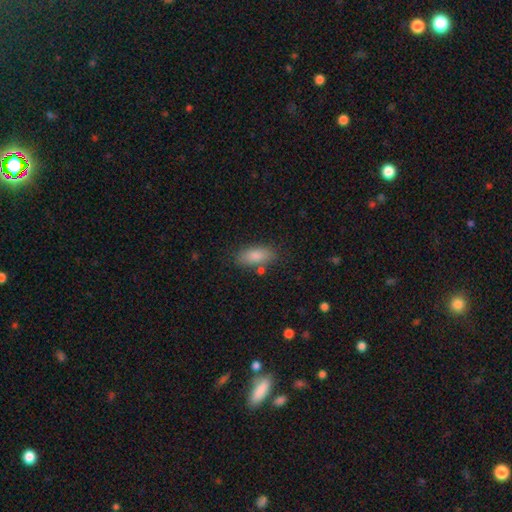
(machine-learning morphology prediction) A smooth galaxy with no disk features (84%) that is in between round and cigar-shaped (85%).

Vote fractions:
- Smooth or featured? smooth: 84% / featured or disk: 9% / star or artifact: 7%
- How rounded? in between: 85% / cigar-shaped: 12% / round: 3%
- Merging? none: 76% / minor disturbance: 14% / merger: 6% / major disturbance: 4%